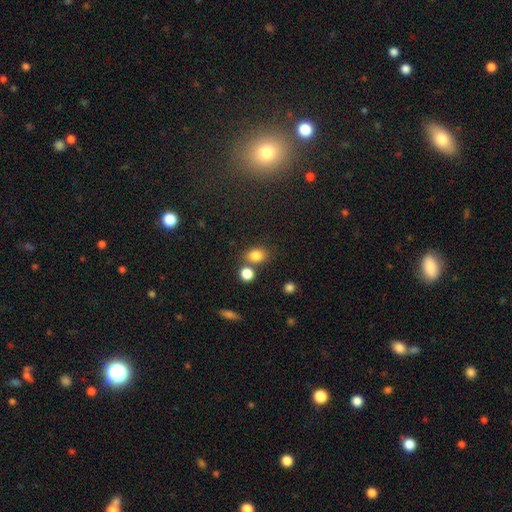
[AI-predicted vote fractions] This appears to be a smooth galaxy with no disk features (82%) that is in between round and cigar-shaped (53%). Merging: none (66%).